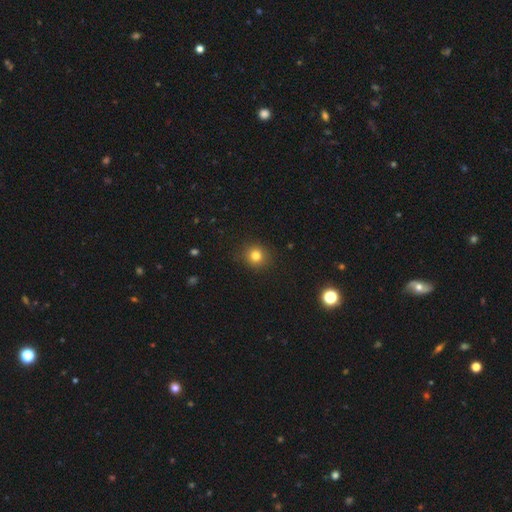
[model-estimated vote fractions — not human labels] Smooth or featured?
  - smooth: 81% *
  - star or artifact: 13%
  - featured or disk: 6%
How rounded?
  - round: 90% *
  - in between: 9%
  - cigar-shaped: 1%
Merging?
  - none: 90% *
  - minor disturbance: 7%
  - major disturbance: 2%
  - merger: 1%